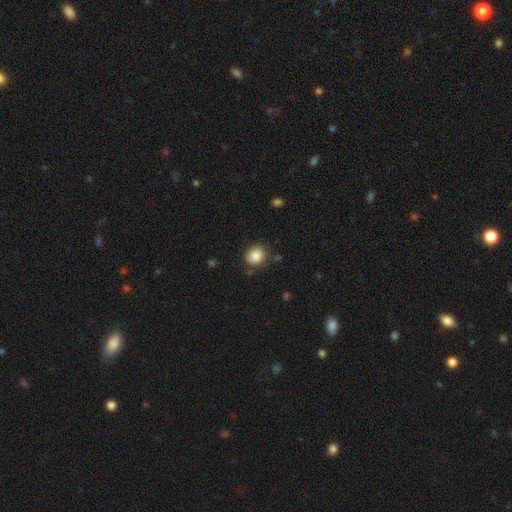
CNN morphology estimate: A smooth galaxy with no disk features (87%) that is round (74%). Merging: none (78%).